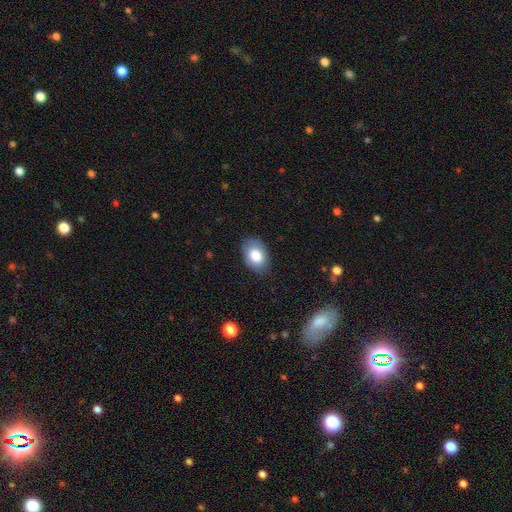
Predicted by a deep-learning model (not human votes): Morphology: type=smooth (81%); roundness=in between (84%); merging=none (82%).